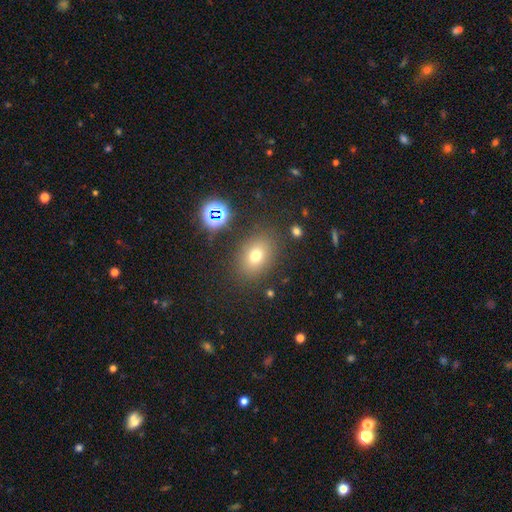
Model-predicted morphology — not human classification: This appears to be a smooth galaxy with no disk features (70%) that is in between round and cigar-shaped (63%). Merging: none (82%).